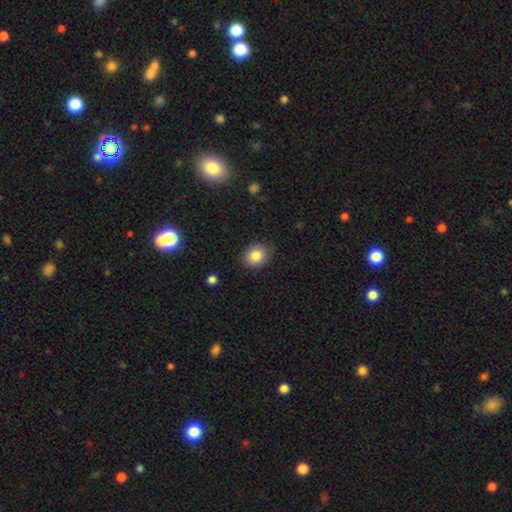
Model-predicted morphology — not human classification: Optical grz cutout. It shows a smooth galaxy with no disk features (84%) that is round (64%). Merging: none (80%).